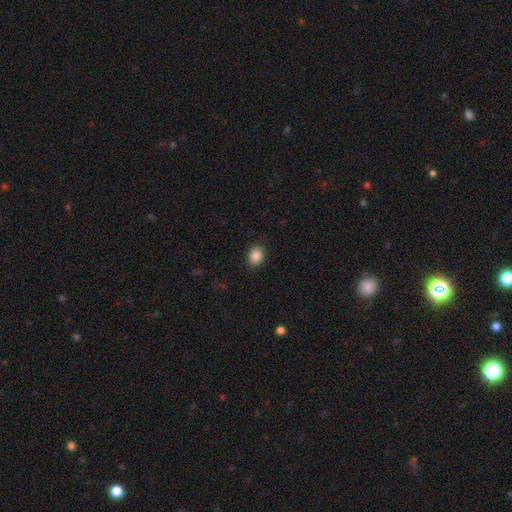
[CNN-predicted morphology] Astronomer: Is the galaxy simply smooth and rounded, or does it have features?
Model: smooth — 87%.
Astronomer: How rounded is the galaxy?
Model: in between — 67%.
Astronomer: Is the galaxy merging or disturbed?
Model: none — 86%.